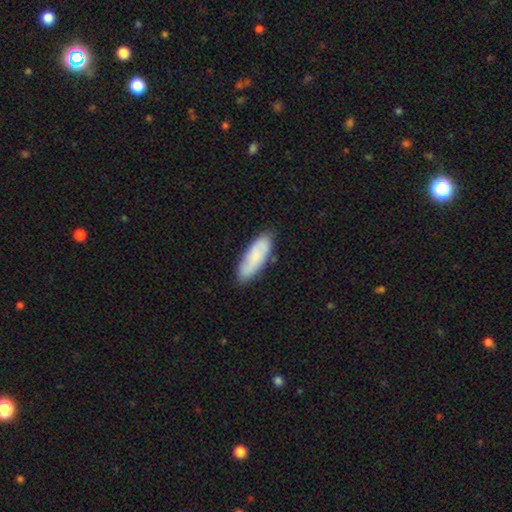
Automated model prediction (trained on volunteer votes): A smooth galaxy with no disk features (76%) that is in between round and cigar-shaped (62%).

Vote fractions:
- Smooth or featured? smooth: 76% / featured or disk: 18% / star or artifact: 6%
- How rounded? in between: 62% / cigar-shaped: 36% / round: 2%
- Merging? none: 80% / minor disturbance: 15% / major disturbance: 3% / merger: 2%